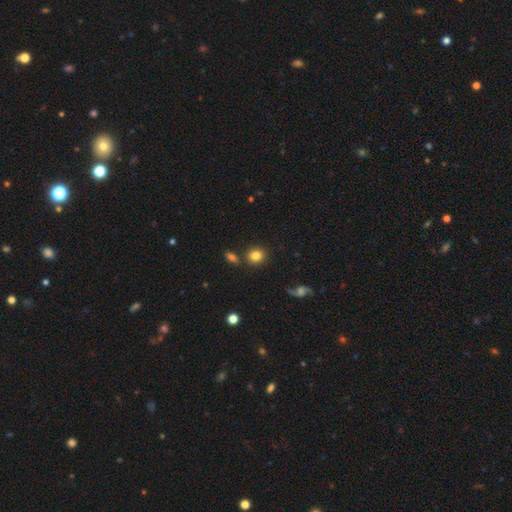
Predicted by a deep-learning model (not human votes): Q: Smooth or featured?
A: smooth (82%); runner-up: star or artifact (9%)
Q: How rounded?
A: round (78%); runner-up: in between (21%)
Q: Merging?
A: none (80%); runner-up: minor disturbance (9%)